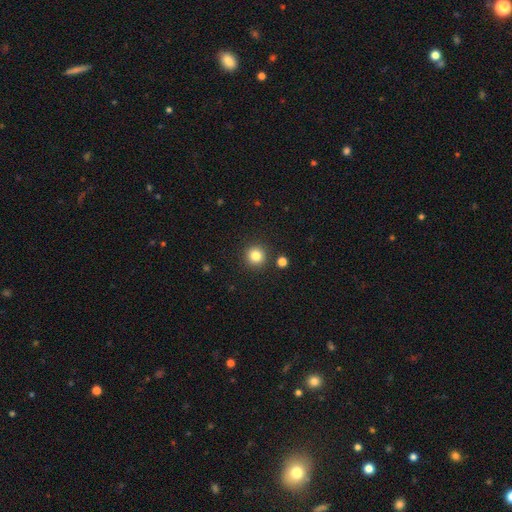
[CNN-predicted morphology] Smooth or featured?
  - smooth: 82% *
  - star or artifact: 12%
  - featured or disk: 6%
How rounded?
  - round: 95% *
  - in between: 4%
  - cigar-shaped: 1%
Merging?
  - none: 89% *
  - minor disturbance: 6%
  - merger: 3%
  - major disturbance: 2%